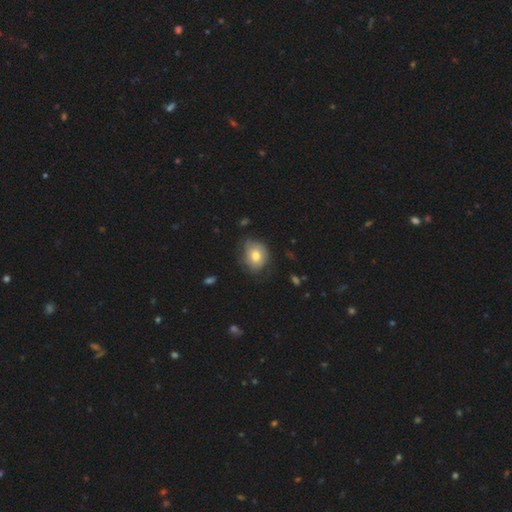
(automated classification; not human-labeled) Morphology: type=smooth (71%); roundness=round (62%); merging=none (64%).